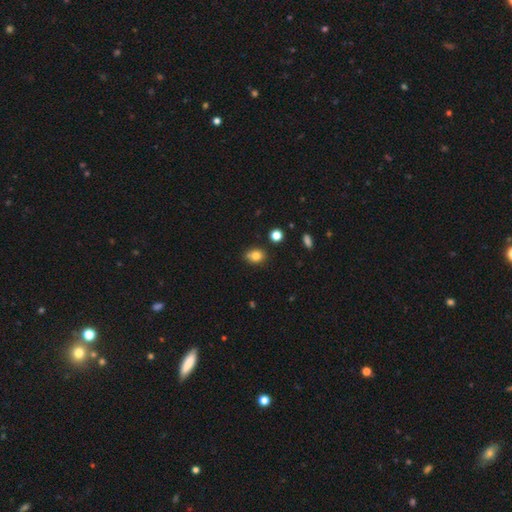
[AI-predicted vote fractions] A smooth galaxy with no disk features (81%) that is in between round and cigar-shaped (57%).

Vote fractions:
- Smooth or featured? smooth: 81% / star or artifact: 11% / featured or disk: 8%
- How rounded? in between: 57% / round: 42% / cigar-shaped: 1%
- Merging? none: 69% / minor disturbance: 20% / merger: 7% / major disturbance: 4%